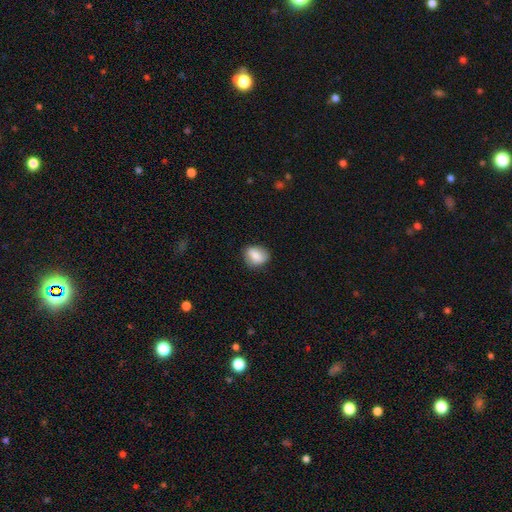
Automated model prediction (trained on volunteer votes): Morphology: type=smooth (81%); roundness=in between (52%); merging=none (80%).